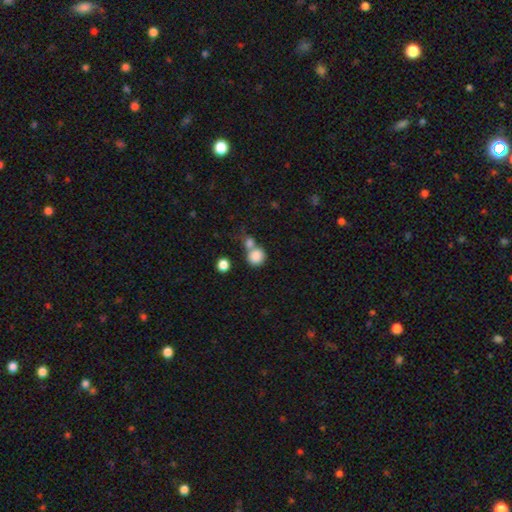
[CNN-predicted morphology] smooth 85%, star or artifact 9%, featured or disk 6%. Down the decision tree: how rounded — round (86%); merging — none (45%).